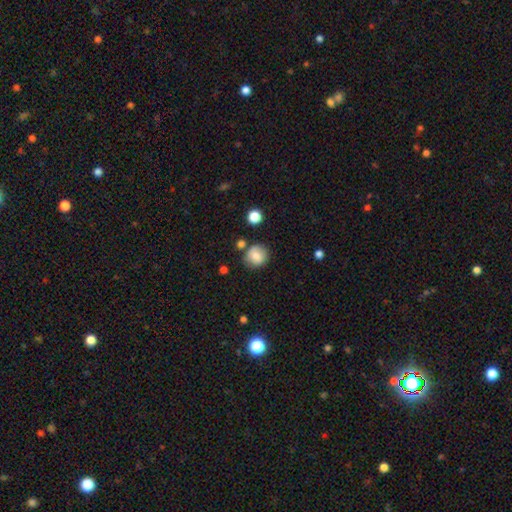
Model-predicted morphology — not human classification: type=smooth (77%); roundness=round (87%); merging=none (75%).